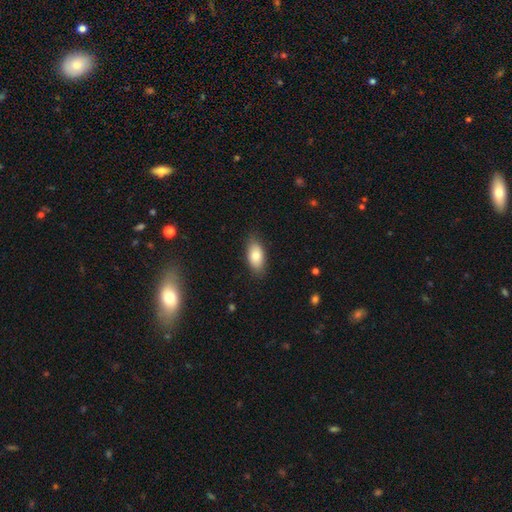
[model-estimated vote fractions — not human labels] smooth-or-featured: smooth: 81% | featured or disk: 12% | star or artifact: 7%
  how-rounded: in between: 91% | cigar-shaped: 5% | round: 4%
  merging: none: 84% | minor disturbance: 12% | major disturbance: 2% | merger: 1%